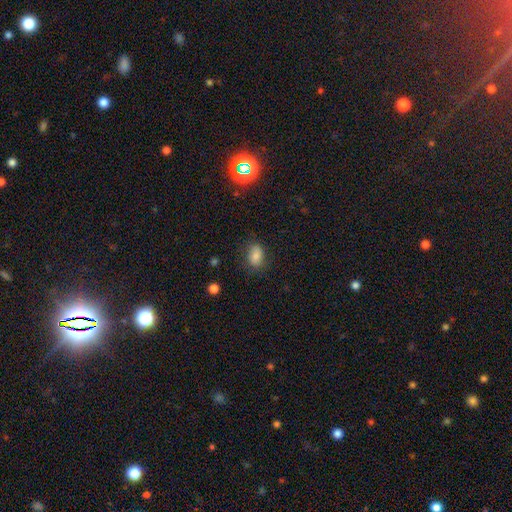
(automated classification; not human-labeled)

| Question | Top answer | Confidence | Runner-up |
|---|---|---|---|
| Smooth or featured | smooth | 80% | star or artifact (11%) |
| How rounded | in between | 85% | round (13%) |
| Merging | none | 75% | minor disturbance (18%) |